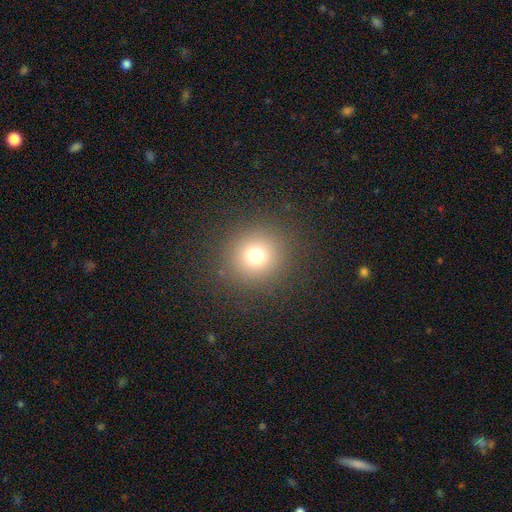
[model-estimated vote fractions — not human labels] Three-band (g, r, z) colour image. It shows a smooth galaxy with no disk features (73%) that is round (93%). Merging: none (89%).